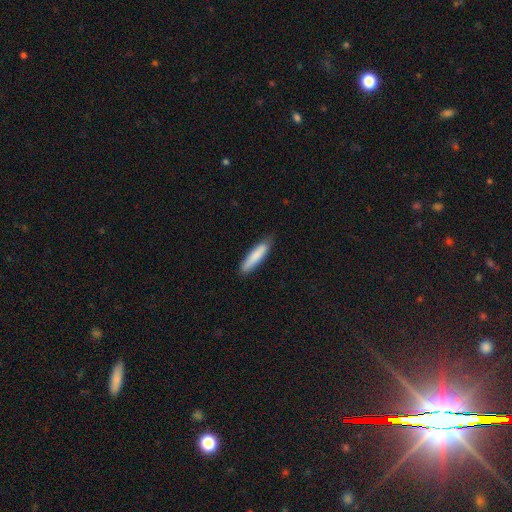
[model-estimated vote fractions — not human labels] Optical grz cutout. It shows a smooth galaxy with no disk features (83%) that is cigar-shaped (81%). Merging: none (80%).